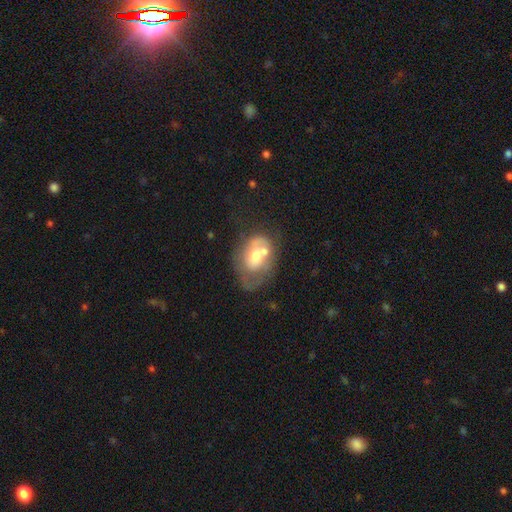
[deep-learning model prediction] featured or disk 51%, smooth 41%, star or artifact 8%. Down the decision tree: edge-on disk — no (95%); merging — none (30%).